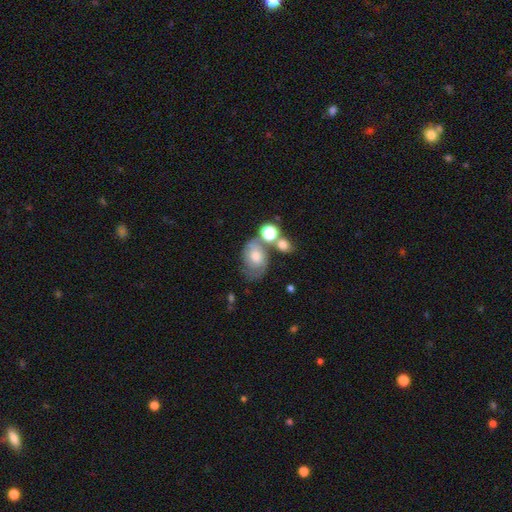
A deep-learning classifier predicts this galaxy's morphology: smooth-or-featured: featured or disk: 47% | smooth: 41% | star or artifact: 11%
  merging: none: 41% | merger: 23% | minor disturbance: 22% | major disturbance: 15%